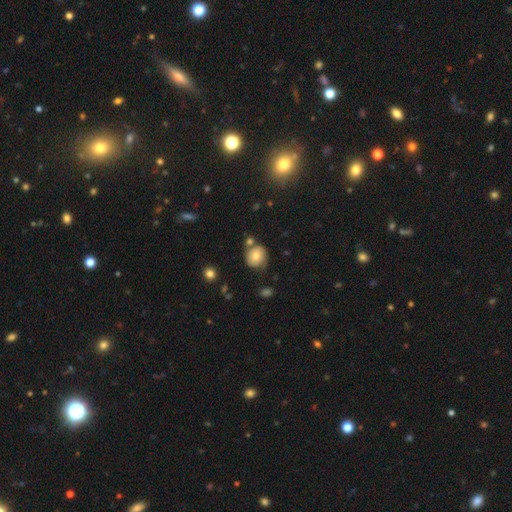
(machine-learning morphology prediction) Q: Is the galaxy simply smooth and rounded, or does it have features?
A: smooth — 73%.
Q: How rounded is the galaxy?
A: round — 80%.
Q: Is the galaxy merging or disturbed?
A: none — 62%.